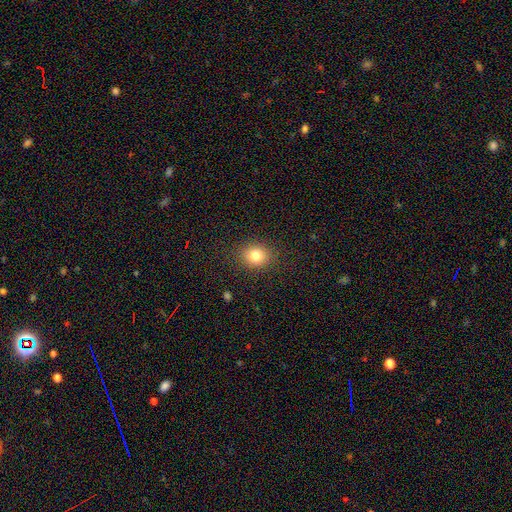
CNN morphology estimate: This is clearly a smooth galaxy (81%). How rounded: likely round (70%). Merging: clearly none (88%).